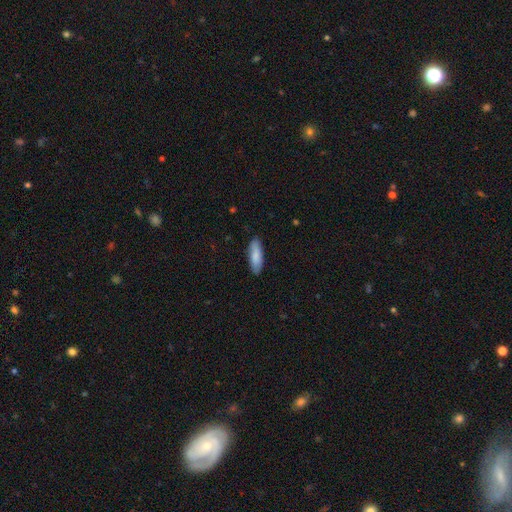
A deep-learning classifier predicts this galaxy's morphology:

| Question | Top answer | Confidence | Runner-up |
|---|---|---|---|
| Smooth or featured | smooth | 83% | featured or disk (12%) |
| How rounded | in between | 57% | cigar-shaped (41%) |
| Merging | none | 86% | minor disturbance (11%) |